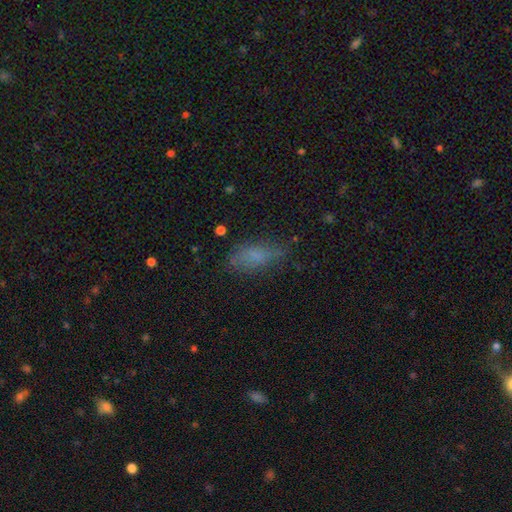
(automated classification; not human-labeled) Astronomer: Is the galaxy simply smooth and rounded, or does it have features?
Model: smooth — 70%.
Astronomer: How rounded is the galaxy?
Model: in between — 74%.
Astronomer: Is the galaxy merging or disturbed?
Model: none — 60%.